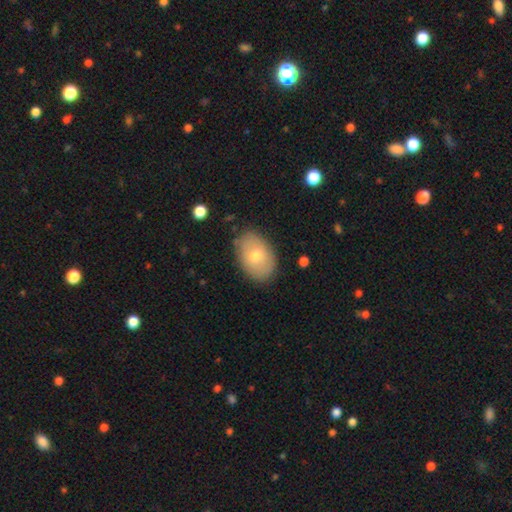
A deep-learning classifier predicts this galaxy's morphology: The model was most divided on "smooth or featured": smooth: 69%, featured or disk: 24%, star or artifact: 7%. More confident: how rounded — in between (85%); merging — none (84%).